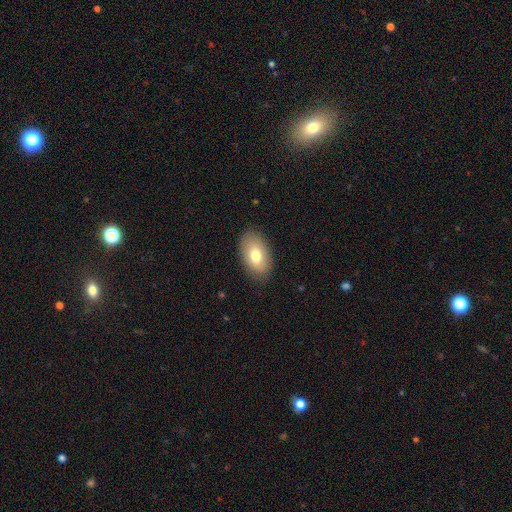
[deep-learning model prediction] Morphology: type=smooth (74%); roundness=in between (93%); merging=none (85%).